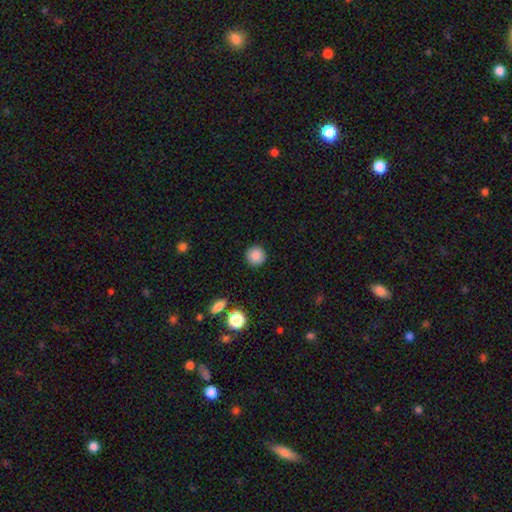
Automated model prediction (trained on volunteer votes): Q: Smooth or featured?
A: smooth (87%); runner-up: star or artifact (10%)
Q: How rounded?
A: round (94%); runner-up: in between (5%)
Q: Merging?
A: none (92%); runner-up: minor disturbance (5%)